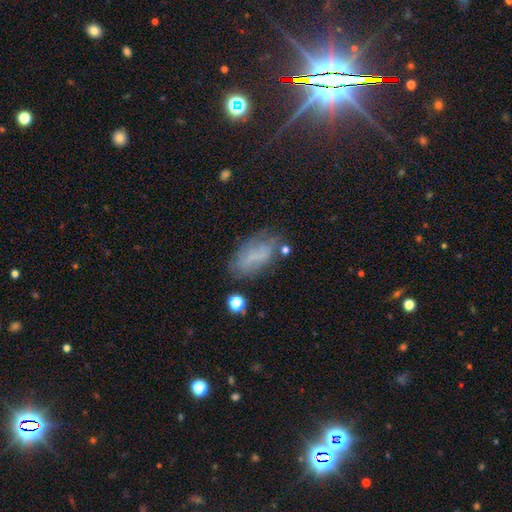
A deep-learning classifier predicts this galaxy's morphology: smooth-or-featured: smooth: 60% | featured or disk: 26% | star or artifact: 14%
  how-rounded: in between: 85% | cigar-shaped: 11% | round: 4%
  merging: none: 57% | minor disturbance: 25% | major disturbance: 12% | merger: 5%